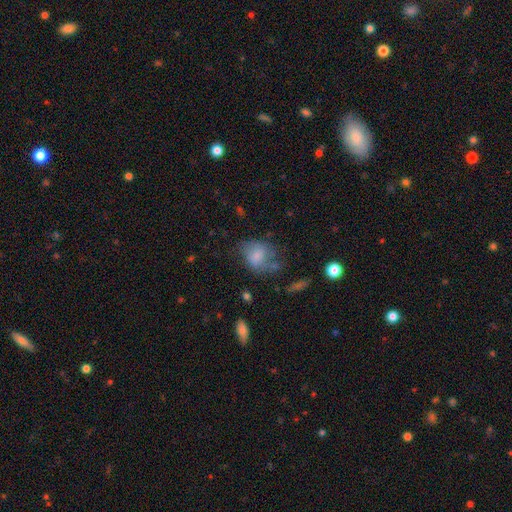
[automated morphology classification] Overall: smooth (51%; featured or disk 36%). How rounded: in between (53%; round 45%). Merging: none (50%; minor disturbance 26%).